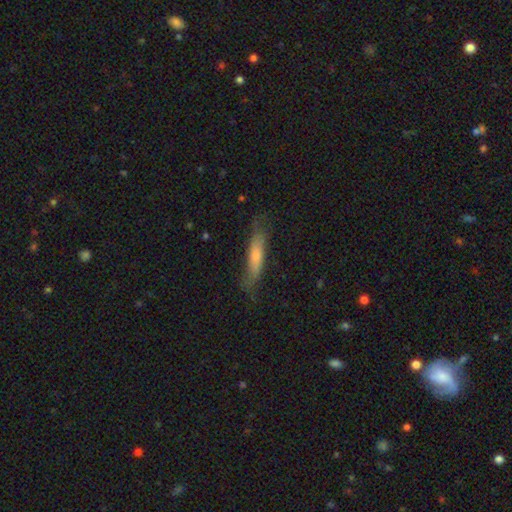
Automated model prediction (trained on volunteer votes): Smooth or featured? Predicted: smooth (p=0.59). How rounded? Predicted: cigar-shaped (p=0.85). Merging? Predicted: none (p=0.72).